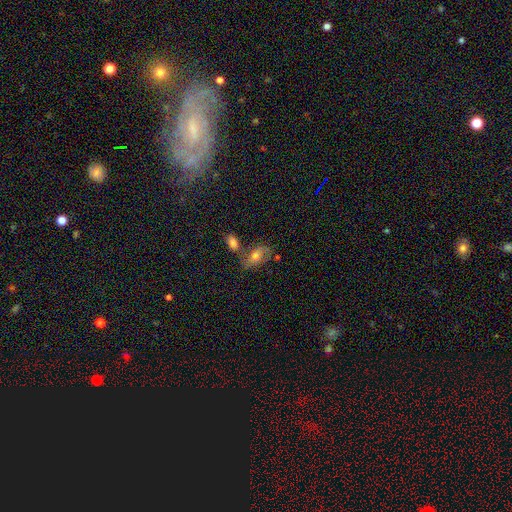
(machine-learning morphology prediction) type=smooth (61%); roundness=in between (88%); merging=none (45%).